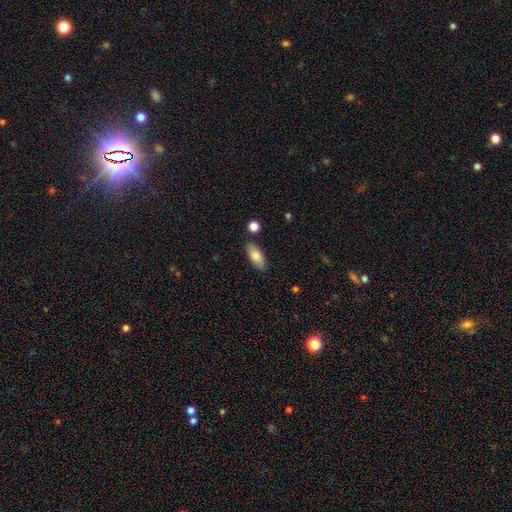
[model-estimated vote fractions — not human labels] Morphology: type=smooth (82%); roundness=in between (85%); merging=none (85%).